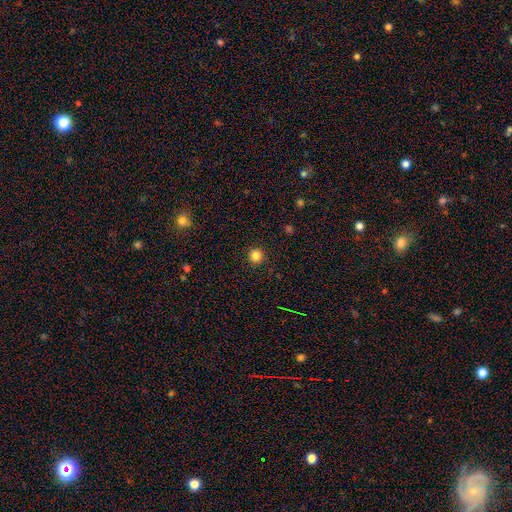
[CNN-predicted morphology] The model was most divided on "smooth or featured": smooth: 83%, star or artifact: 13%, featured or disk: 4%. More confident: how rounded — round (95%); merging — none (92%).